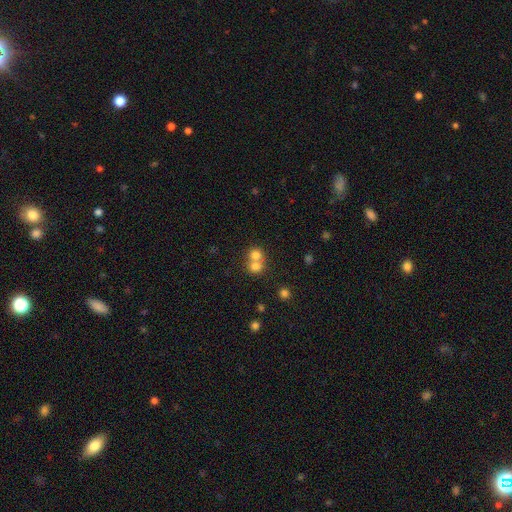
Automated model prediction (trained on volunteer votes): Smooth or featured: smooth — 74% (featured or disk — 13%)
How rounded: round — 82% (in between — 17%)
Merging: merger — 58% (none — 35%)